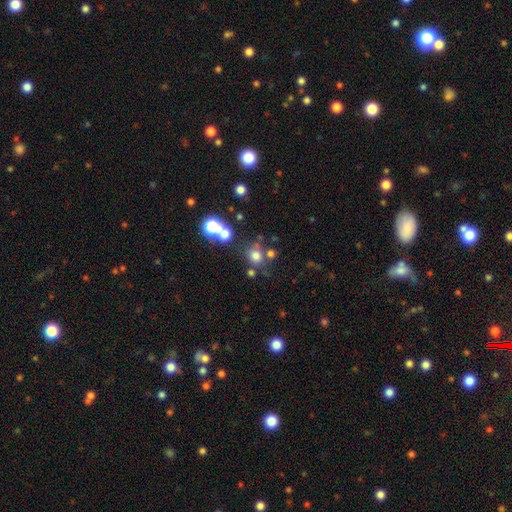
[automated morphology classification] A smooth galaxy with no disk features (69%) that is round (84%).

Vote fractions:
- Smooth or featured? smooth: 69% / star or artifact: 21% / featured or disk: 11%
- How rounded? round: 84% / in between: 15% / cigar-shaped: 1%
- Merging? none: 63% / merger: 20% / minor disturbance: 10% / major disturbance: 6%